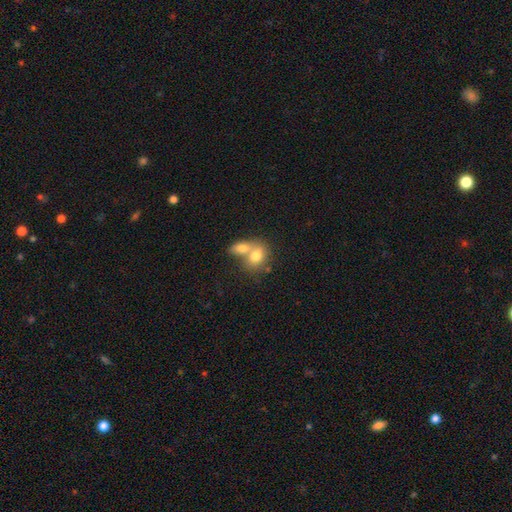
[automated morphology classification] The model was most divided on "how rounded": in between: 61%, round: 37%, cigar-shaped: 2%. More confident: smooth or featured — smooth (75%); merging — merger (66%).